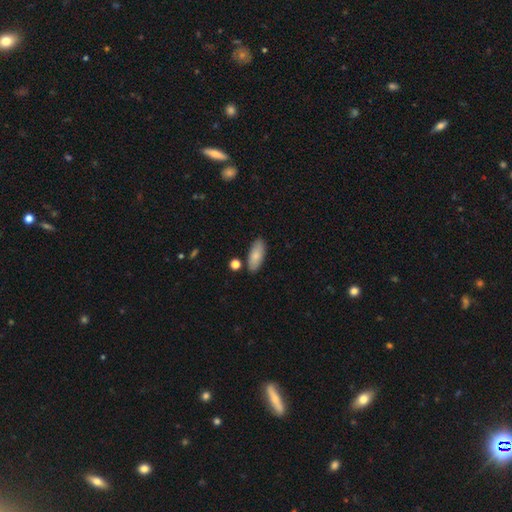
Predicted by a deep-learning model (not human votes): The model was most divided on "how rounded": in between: 84%, cigar-shaped: 14%, round: 2%. More confident: merging — none (83%); smooth or featured — smooth (82%).